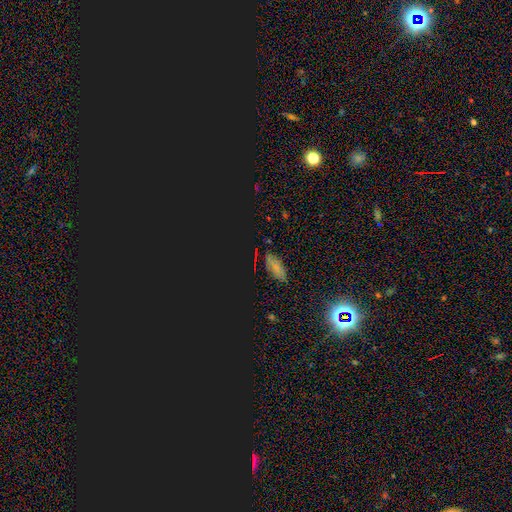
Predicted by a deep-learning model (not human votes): The model was most divided on "smooth or featured": star or artifact: 56%, smooth: 34%, featured or disk: 10%.